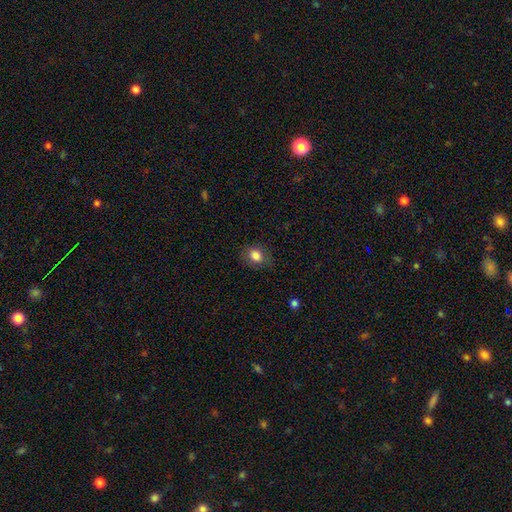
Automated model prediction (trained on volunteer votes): Smooth or featured?
  - smooth: 83% *
  - star or artifact: 10%
  - featured or disk: 7%
How rounded?
  - round: 55% *
  - in between: 44%
  - cigar-shaped: 1%
Merging?
  - none: 77% *
  - minor disturbance: 16%
  - major disturbance: 5%
  - merger: 1%